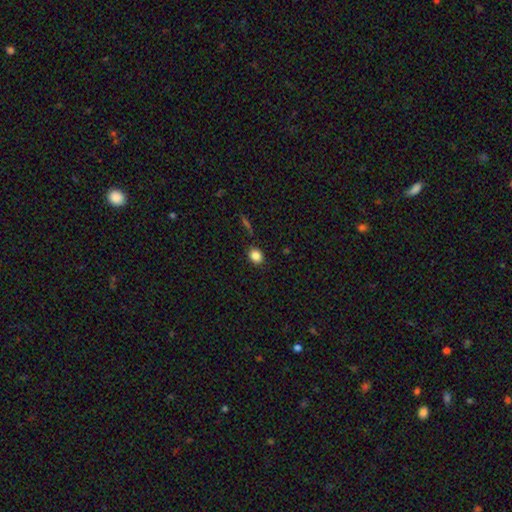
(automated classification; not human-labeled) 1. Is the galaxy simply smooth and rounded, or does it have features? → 84% smooth, 11% star or artifact, 5% featured or disk.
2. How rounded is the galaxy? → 65% round, 33% in between, 1% cigar-shaped.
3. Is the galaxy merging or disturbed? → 87% none, 9% minor disturbance, 2% major disturbance, 2% merger.